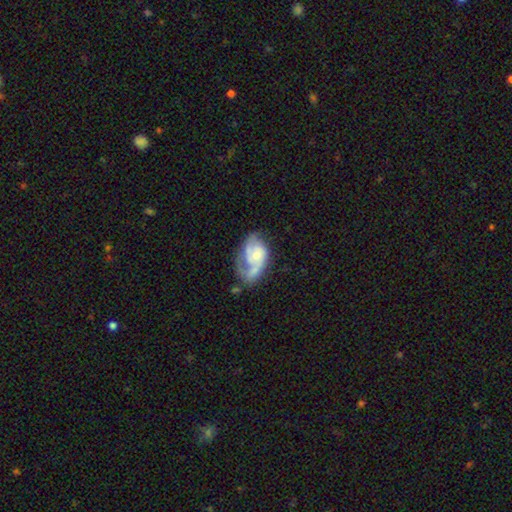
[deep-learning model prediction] A featured or disk galaxy (76%) with no bar (66%), 2 (58%) medium (46%) spiral arms (89%) and a small central bulge (53%). Merging: none (41%).